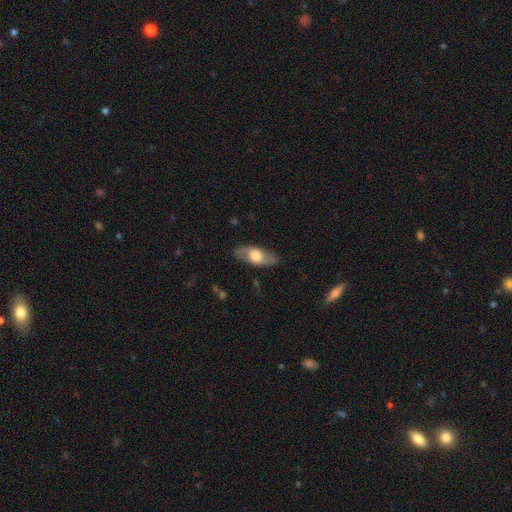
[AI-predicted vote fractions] Smooth or featured?
  - featured or disk: 49% *
  - smooth: 45%
  - star or artifact: 6%
Merging?
  - none: 82% *
  - minor disturbance: 13%
  - major disturbance: 4%
  - merger: 1%